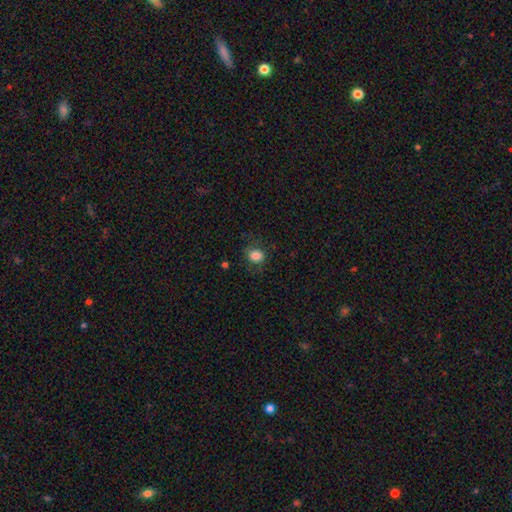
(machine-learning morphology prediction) The model was most divided on "how rounded": round: 67%, in between: 32%, cigar-shaped: 1%. More confident: smooth or featured — smooth (81%); merging — none (77%).